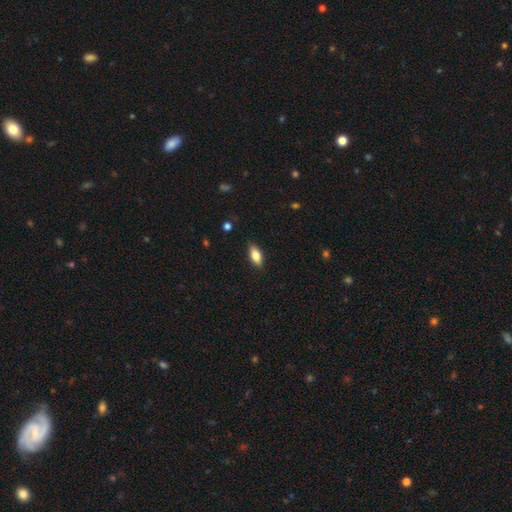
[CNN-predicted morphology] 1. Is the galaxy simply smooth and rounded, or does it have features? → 80% smooth, 13% featured or disk, 7% star or artifact.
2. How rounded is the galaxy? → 86% in between, 11% cigar-shaped, 3% round.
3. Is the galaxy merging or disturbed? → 86% none, 11% minor disturbance, 2% major disturbance, 1% merger.